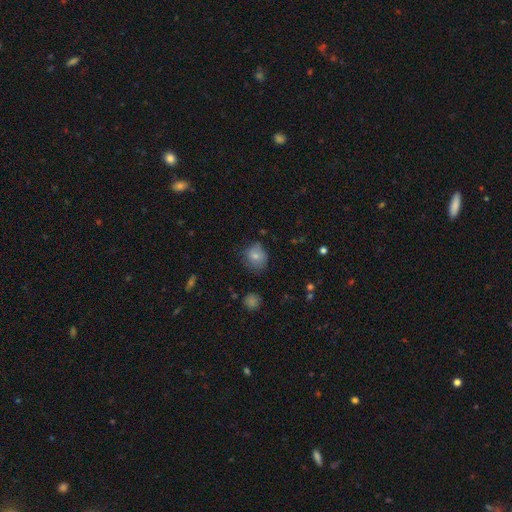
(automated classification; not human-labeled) Overall: smooth (76%). How rounded: round (74%). Merging: none (67%).